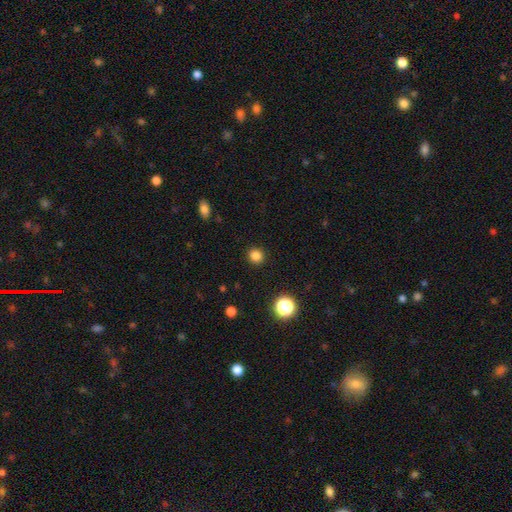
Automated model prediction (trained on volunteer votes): Q: Smooth or featured?
A: smooth (83%); runner-up: star or artifact (13%)
Q: How rounded?
A: round (91%); runner-up: in between (8%)
Q: Merging?
A: none (92%); runner-up: minor disturbance (5%)